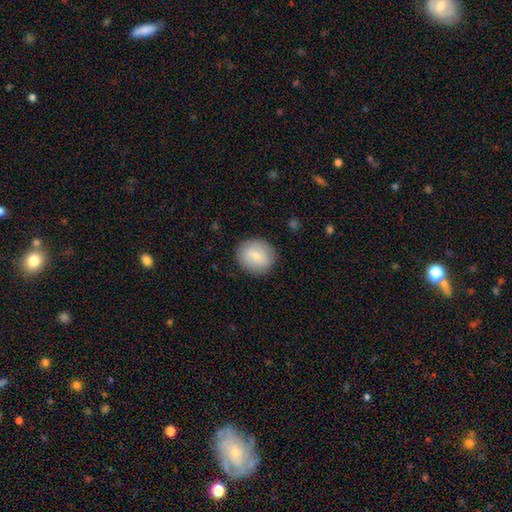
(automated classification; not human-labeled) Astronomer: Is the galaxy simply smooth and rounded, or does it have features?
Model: smooth — 74%.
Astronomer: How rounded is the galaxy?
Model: round — 78%.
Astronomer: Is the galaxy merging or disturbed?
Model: none — 86%.